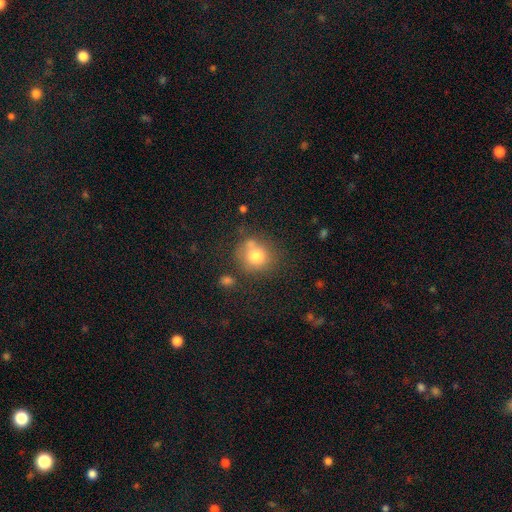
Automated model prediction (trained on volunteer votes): A smooth galaxy with no disk features (76%) that is round (83%). Merging: none (61%).